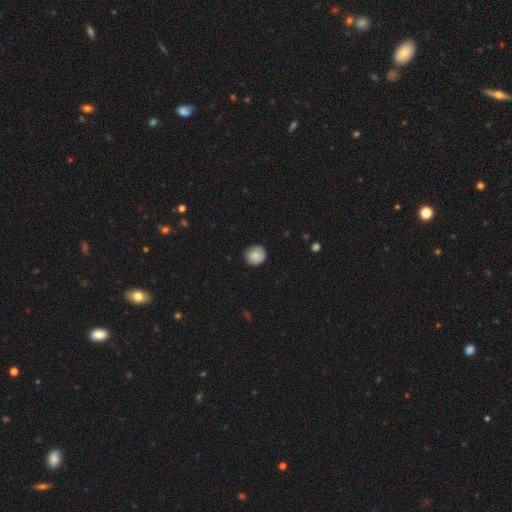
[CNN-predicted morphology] This appears to be a smooth galaxy with no disk features (82%) that is round (88%). Merging: none (80%).